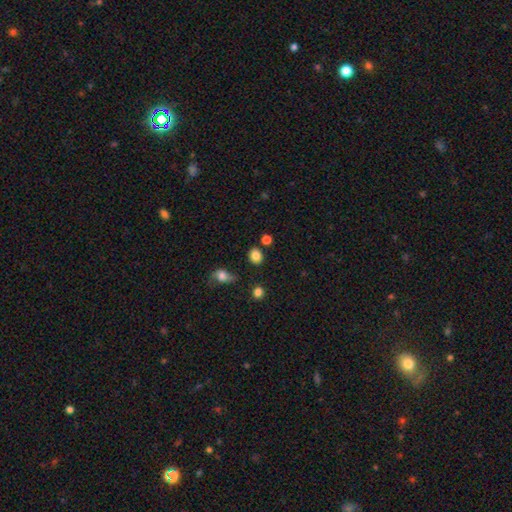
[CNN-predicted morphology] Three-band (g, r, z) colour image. It shows a smooth galaxy with no disk features (85%) that is round (68%). Merging: none (81%).